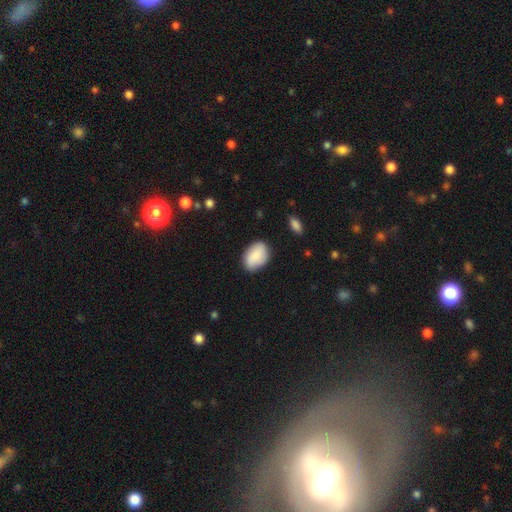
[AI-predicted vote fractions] smooth-or-featured: smooth: 83% | featured or disk: 10% | star or artifact: 6%
  how-rounded: in between: 84% | round: 15% | cigar-shaped: 1%
  merging: none: 83% | minor disturbance: 13% | major disturbance: 3% | merger: 1%